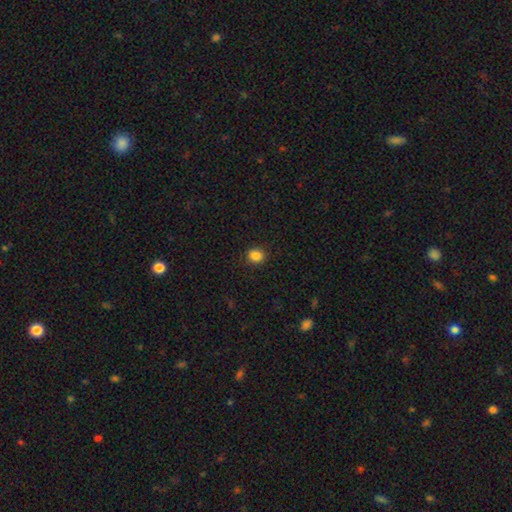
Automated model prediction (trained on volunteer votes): A smooth galaxy with no disk features (85%) that is round (67%). Merging: none (88%).